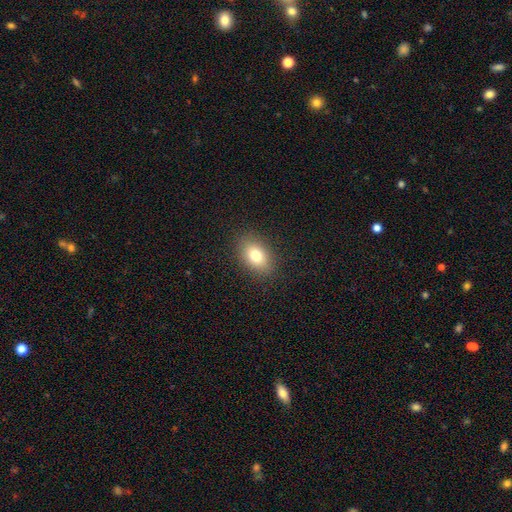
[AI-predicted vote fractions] This appears to be a smooth galaxy with no disk features (80%) that is in between round and cigar-shaped (84%). Merging: none (88%).